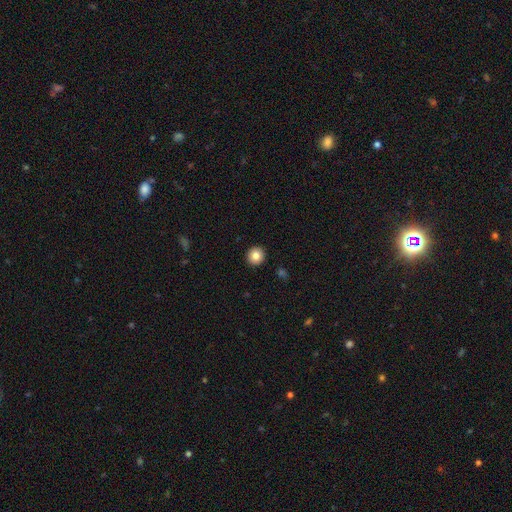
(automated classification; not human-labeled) smooth 84%, star or artifact 9%, featured or disk 6%. Down the decision tree: how rounded — round (92%); merging — none (93%).